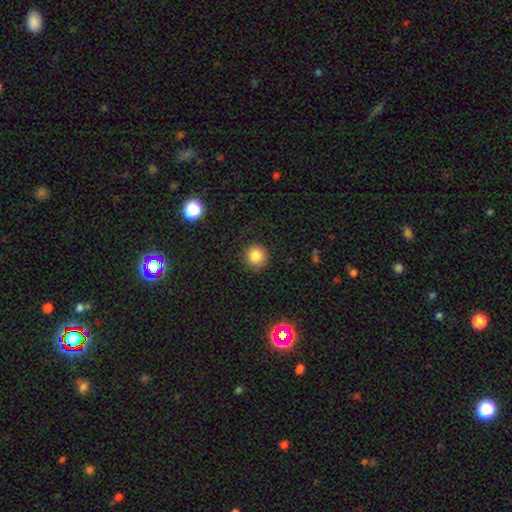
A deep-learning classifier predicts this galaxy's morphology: smooth_or_featured: smooth (p=0.83) [alt: star or artifact p=0.11]
how_rounded: round (p=0.92) [alt: in between p=0.07]
merging: none (p=0.88) [alt: minor disturbance p=0.08]